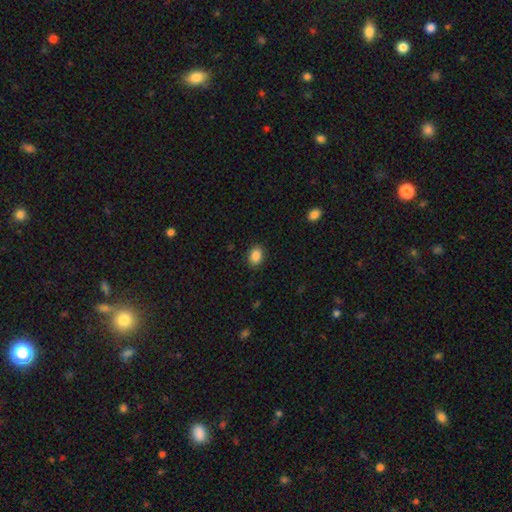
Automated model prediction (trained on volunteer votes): Overall: smooth (88%). How rounded: in between (70%). Merging: none (88%).